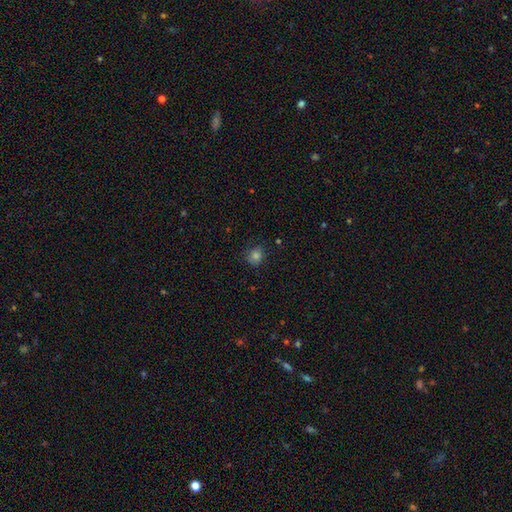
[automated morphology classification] This is likely a smooth galaxy (76%). How rounded: clearly round (83%). Merging: clearly none (81%).